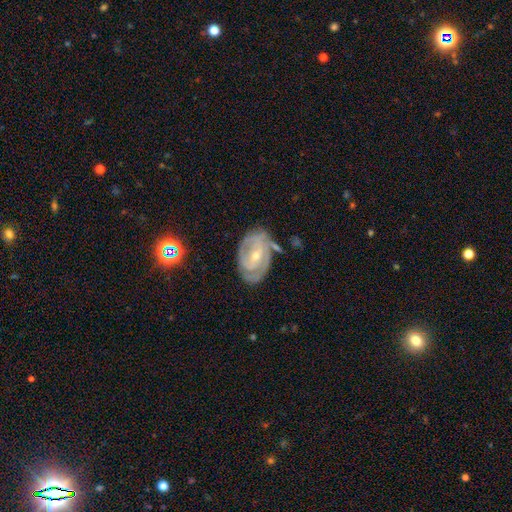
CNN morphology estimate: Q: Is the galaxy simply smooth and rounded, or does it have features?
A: featured or disk — 84%.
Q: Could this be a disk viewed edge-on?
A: no — 96%.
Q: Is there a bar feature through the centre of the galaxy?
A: no — 41%, tied with weak.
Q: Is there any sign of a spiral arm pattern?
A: yes — 94%.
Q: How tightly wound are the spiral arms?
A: tight — 64%.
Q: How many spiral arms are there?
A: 2 — 44%.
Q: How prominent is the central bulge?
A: small — 63%.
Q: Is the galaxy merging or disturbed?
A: none — 70%.